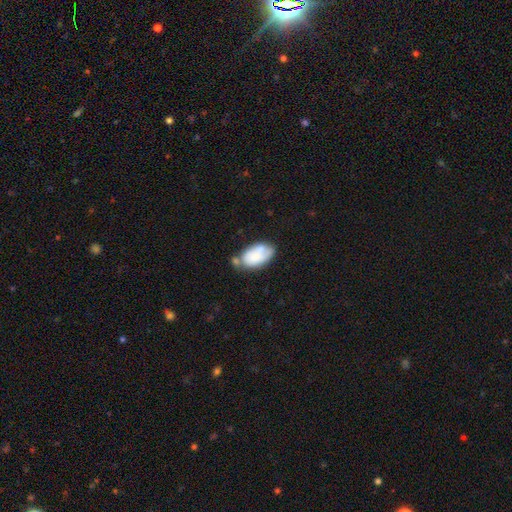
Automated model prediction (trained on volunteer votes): smooth 72%, featured or disk 21%, star or artifact 7%. Down the decision tree: how rounded — in between (95%); merging — none (42%).